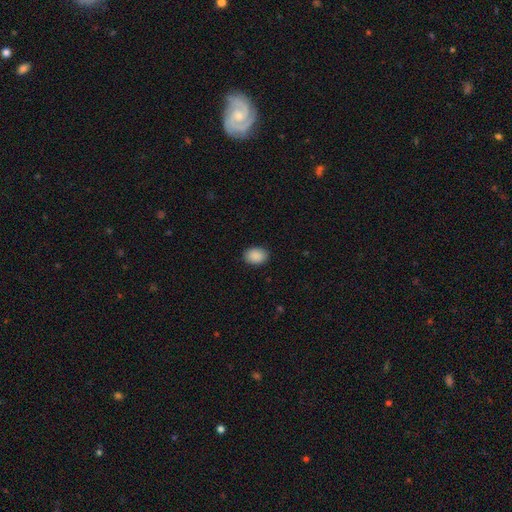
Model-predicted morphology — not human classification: Smooth or featured: smooth — 90% (star or artifact — 7%)
How rounded: in between — 71% (round — 28%)
Merging: none — 89% (minor disturbance — 8%)